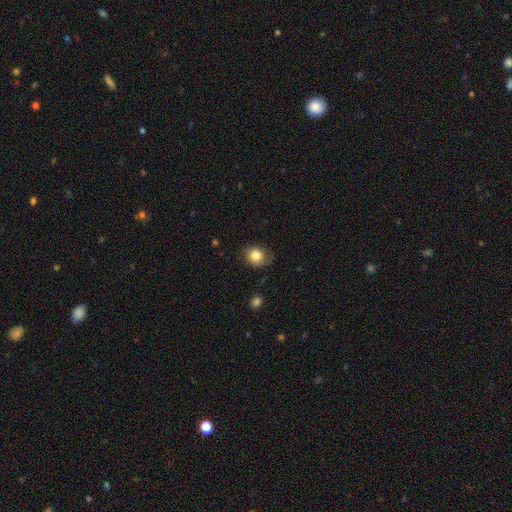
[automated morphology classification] Overall: smooth (82%). How rounded: round (73%). Merging: none (71%).